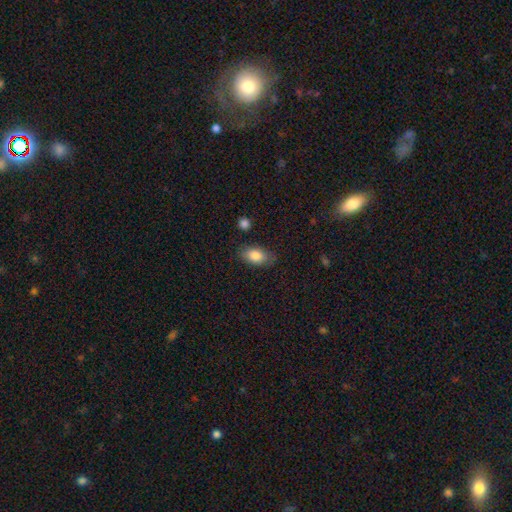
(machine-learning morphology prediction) A smooth galaxy with no disk features (85%) that is in between round and cigar-shaped (90%). Merging: none (79%).